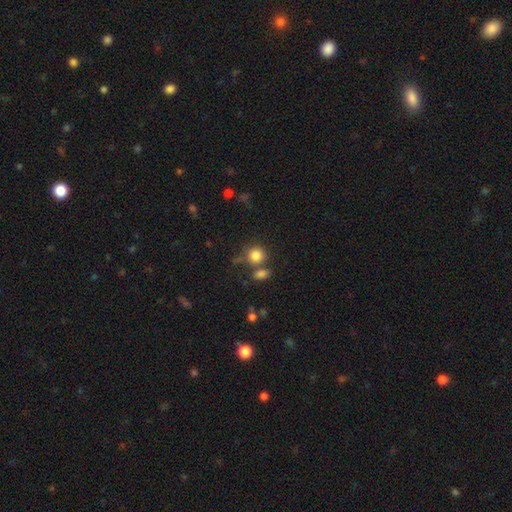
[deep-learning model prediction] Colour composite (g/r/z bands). It shows a smooth galaxy with no disk features (83%) that is round (85%). Merging: none (64%).